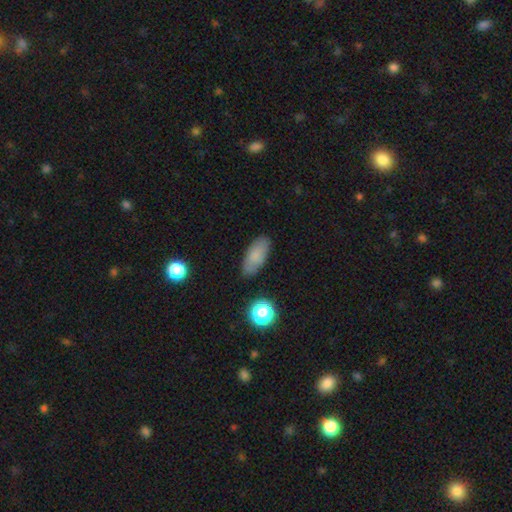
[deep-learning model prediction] Smooth or featured? smooth (79%)
How rounded? in between (87%)
Merging? none (80%)